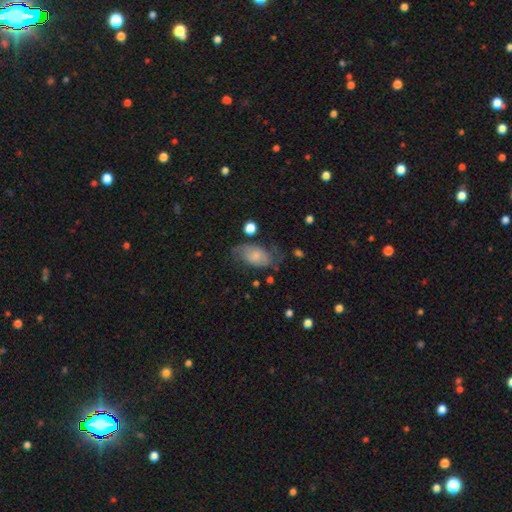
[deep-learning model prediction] Smooth or featured: smooth — 56% (featured or disk — 36%)
How rounded: in between — 90% (round — 8%)
Merging: none — 51% (minor disturbance — 28%)